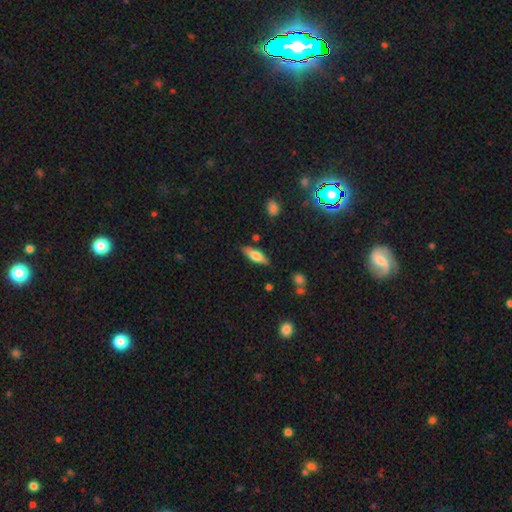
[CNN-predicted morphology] smooth_or_featured: smooth (p=0.60) [alt: featured or disk p=0.33]
how_rounded: in between (p=0.54) [alt: cigar-shaped p=0.44]
merging: none (p=0.82) [alt: minor disturbance p=0.13]